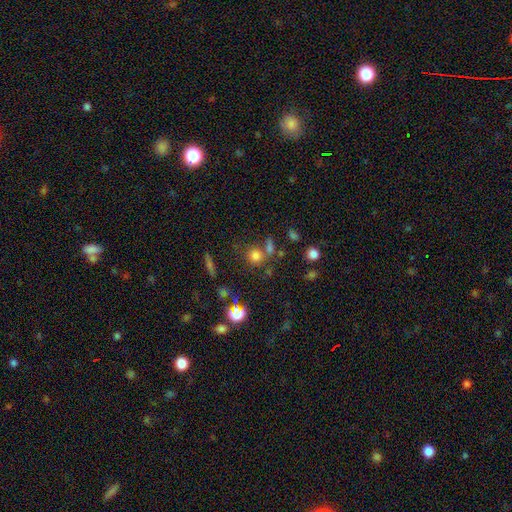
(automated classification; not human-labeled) Q: Smooth or featured?
A: smooth (72%); runner-up: star or artifact (19%)
Q: How rounded?
A: round (84%); runner-up: in between (15%)
Q: Merging?
A: none (60%); runner-up: merger (23%)